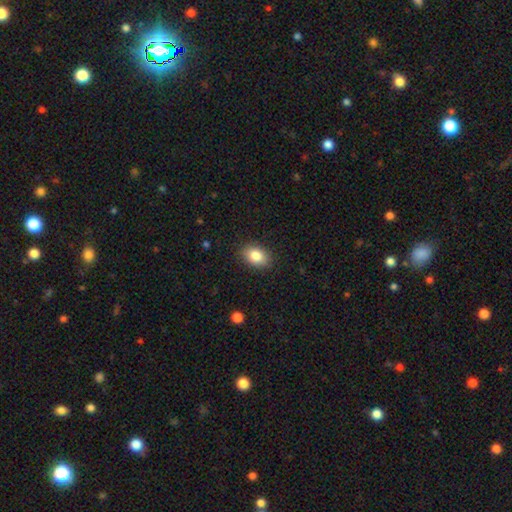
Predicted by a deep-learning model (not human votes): The model was most divided on "how rounded": in between: 81%, round: 18%, cigar-shaped: 1%. More confident: merging — none (88%); smooth or featured — smooth (84%).